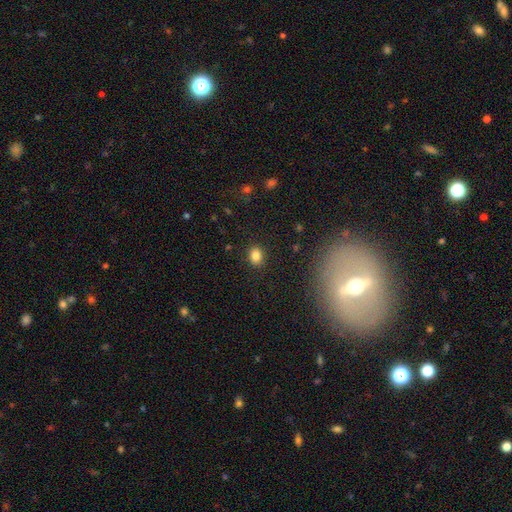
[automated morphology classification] Smooth or featured? Predicted: smooth (p=0.84). How rounded? Predicted: in between (p=0.51). Merging? Predicted: none (p=0.88).